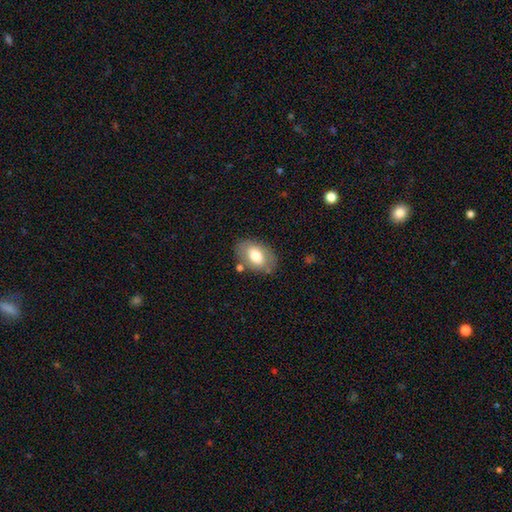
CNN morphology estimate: This is likely a smooth galaxy (71%). How rounded: clearly in between (88%). Merging: likely none (76%).